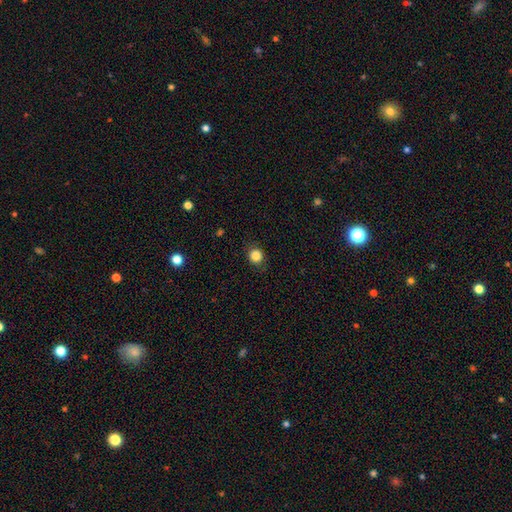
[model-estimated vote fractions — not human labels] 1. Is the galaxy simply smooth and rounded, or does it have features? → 85% smooth, 11% star or artifact, 4% featured or disk.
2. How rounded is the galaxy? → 86% round, 13% in between, 1% cigar-shaped.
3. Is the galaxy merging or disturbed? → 88% none, 9% minor disturbance, 3% major disturbance, 1% merger.